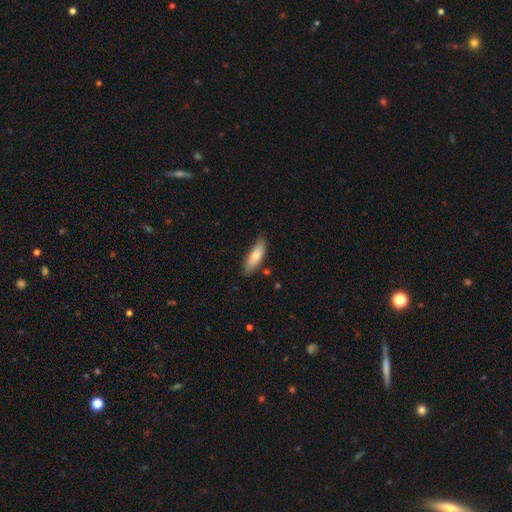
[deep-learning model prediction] Morphology: type=smooth (75%); roundness=in between (55%); merging=none (82%).